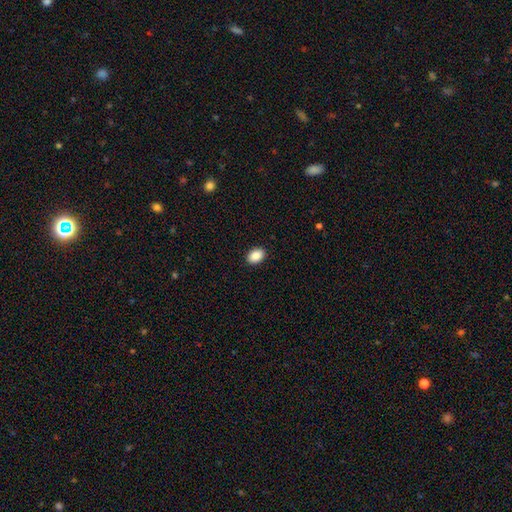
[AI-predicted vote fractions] Morphology: type=smooth (89%); roundness=in between (81%); merging=none (91%).